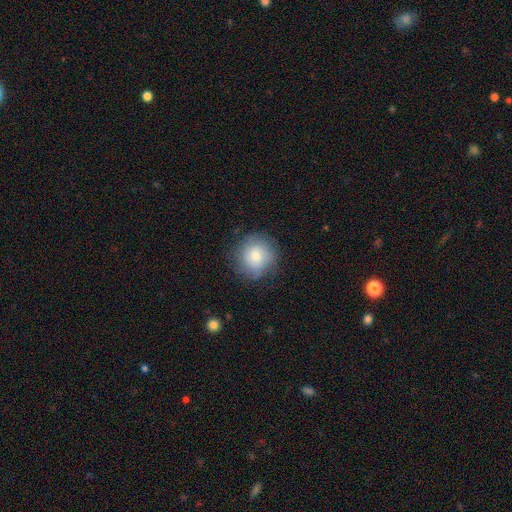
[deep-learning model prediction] smooth 73%, featured or disk 19%, star or artifact 8%. Down the decision tree: how rounded — round (90%); merging — none (76%).